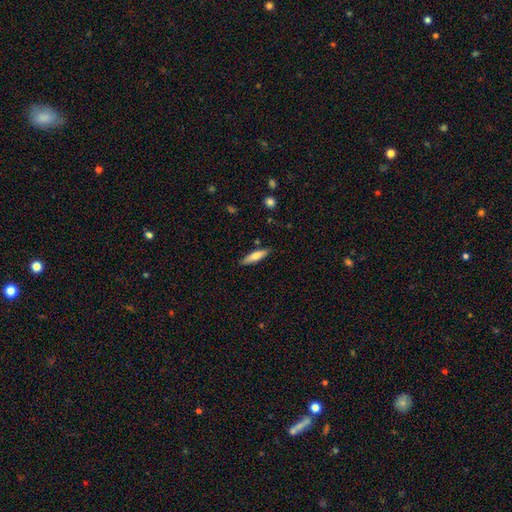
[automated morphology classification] smooth_or_featured: smooth (p=0.65) [alt: featured or disk p=0.29]
how_rounded: cigar-shaped (p=0.69) [alt: in between p=0.29]
merging: none (p=0.87) [alt: minor disturbance p=0.10]